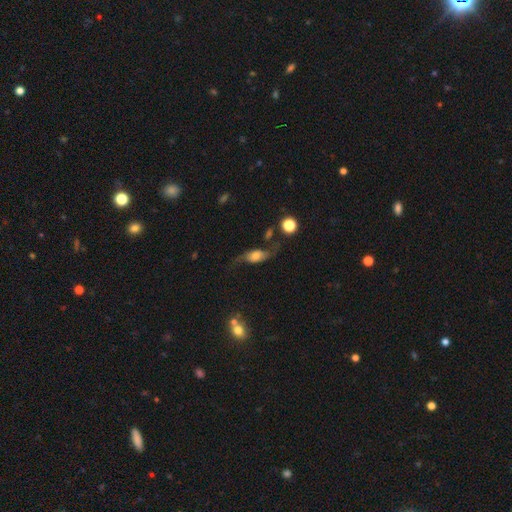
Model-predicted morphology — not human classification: Smooth or featured?
  - featured or disk: 57% *
  - smooth: 34%
  - star or artifact: 9%
Edge-on disk?
  - no: 78% *
  - yes: 22%
Merging?
  - none: 54% *
  - minor disturbance: 22%
  - major disturbance: 19%
  - merger: 5%